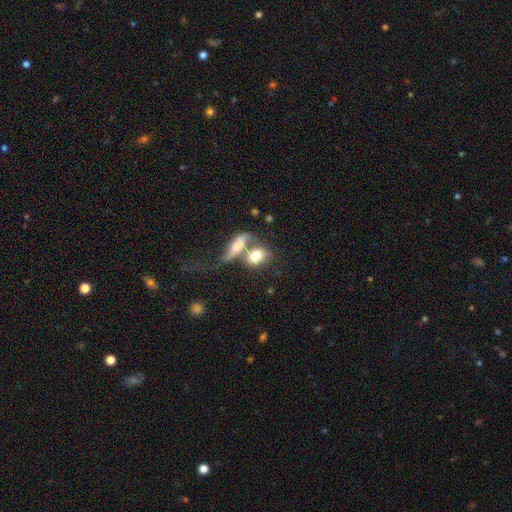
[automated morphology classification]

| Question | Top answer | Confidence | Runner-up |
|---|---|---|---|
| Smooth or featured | smooth | 74% | featured or disk (18%) |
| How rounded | in between | 71% | round (24%) |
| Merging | merger | 60% | none (23%) |